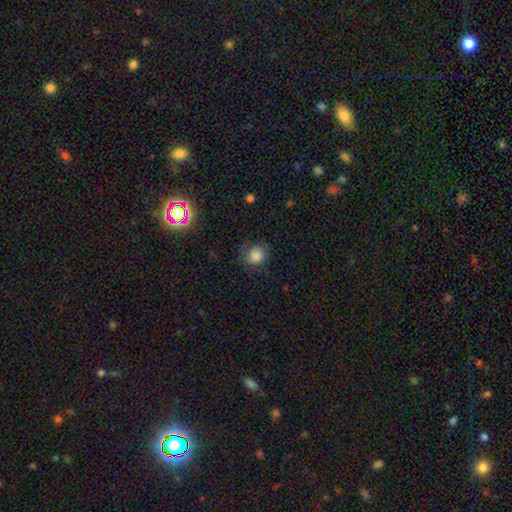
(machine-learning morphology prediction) Smooth or featured? Predicted: smooth (p=0.82). How rounded? Predicted: round (p=0.79). Merging? Predicted: none (p=0.68).